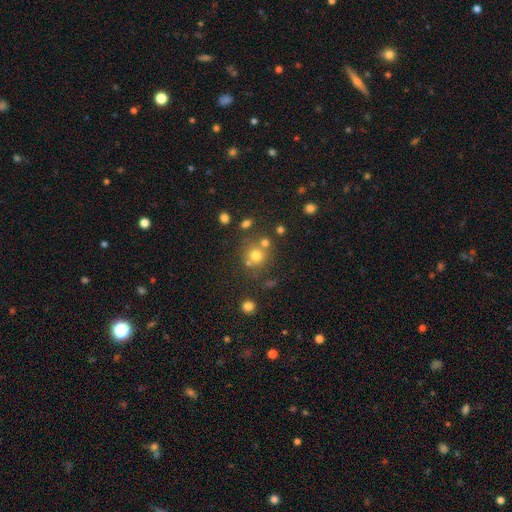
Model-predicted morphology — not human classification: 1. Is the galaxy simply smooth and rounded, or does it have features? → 71% smooth, 17% star or artifact, 12% featured or disk.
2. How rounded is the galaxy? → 88% round, 11% in between, 1% cigar-shaped.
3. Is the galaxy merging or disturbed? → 66% none, 19% merger, 11% minor disturbance, 5% major disturbance.